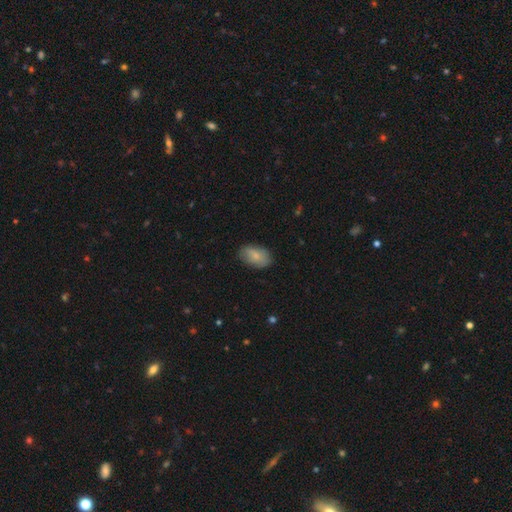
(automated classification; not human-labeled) smooth_or_featured: smooth (p=0.81) [alt: featured or disk p=0.13]
how_rounded: in between (p=0.92) [alt: round p=0.07]
merging: none (p=0.80) [alt: minor disturbance p=0.16]